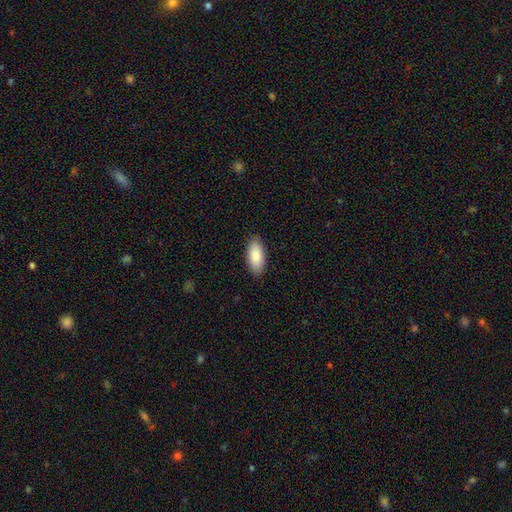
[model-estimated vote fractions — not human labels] smooth_or_featured: smooth (p=0.86) [alt: featured or disk p=0.08]
how_rounded: in between (p=0.89) [alt: cigar-shaped p=0.09]
merging: none (p=0.89) [alt: minor disturbance p=0.09]